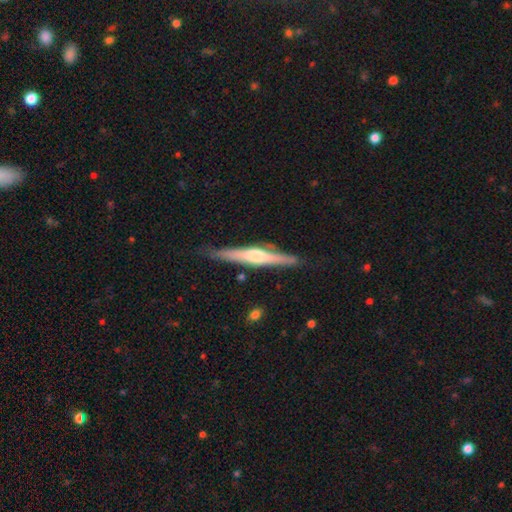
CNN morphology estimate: Smooth or featured? featured or disk (64%)
Edge-on disk? yes (96%)
Edge-on bulge? rounded (73%)
Merging? none (82%)